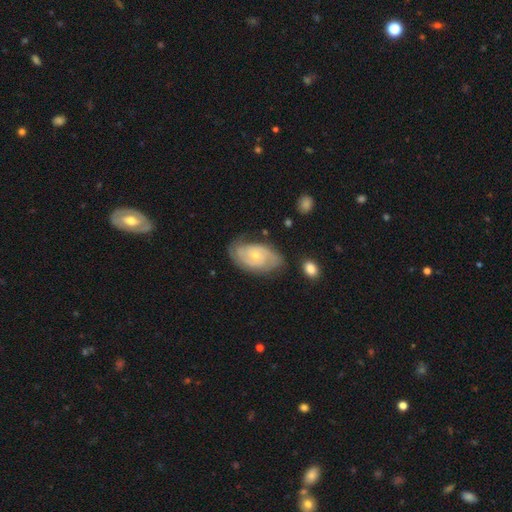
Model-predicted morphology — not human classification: smooth-or-featured: featured or disk: 79% | smooth: 15% | star or artifact: 6%
  disk-edge-on: no: 96% | yes: 4%
    bar: no: 73% | weak: 24% | strong: 4%
    has-spiral-arms: yes: 93% | no: 7%
      spiral-winding: tight: 60% | medium: 31% | loose: 8%
      spiral-arm-count: 2: 61% | can't tell: 21% | 3: 10% | 1: 3% | 4: 3% | more than 4: 2%
    bulge-size: small: 62% | moderate: 35% | none: 1% | large: 1% | dominant: 1%
  merging: none: 71% | minor disturbance: 20% | major disturbance: 6% | merger: 2%